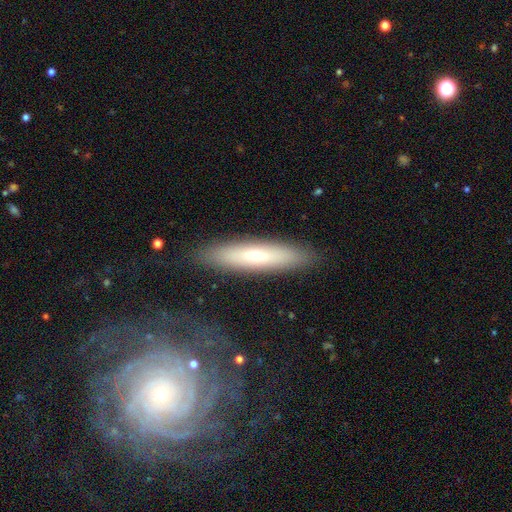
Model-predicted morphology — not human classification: Smooth or featured?
  - smooth: 55% *
  - featured or disk: 37%
  - star or artifact: 7%
How rounded?
  - cigar-shaped: 79% *
  - in between: 20%
  - round: 2%
Merging?
  - none: 87% *
  - minor disturbance: 8%
  - major disturbance: 3%
  - merger: 2%